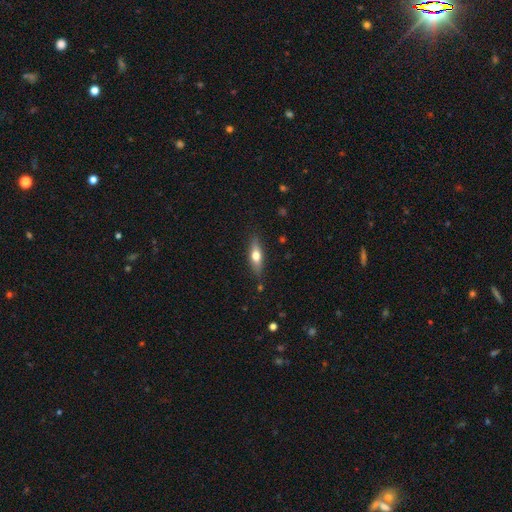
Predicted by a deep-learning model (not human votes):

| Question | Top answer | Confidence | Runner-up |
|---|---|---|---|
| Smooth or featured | smooth | 55% | featured or disk (38%) |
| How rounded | cigar-shaped | 52% | in between (44%) |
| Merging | none | 84% | minor disturbance (12%) |